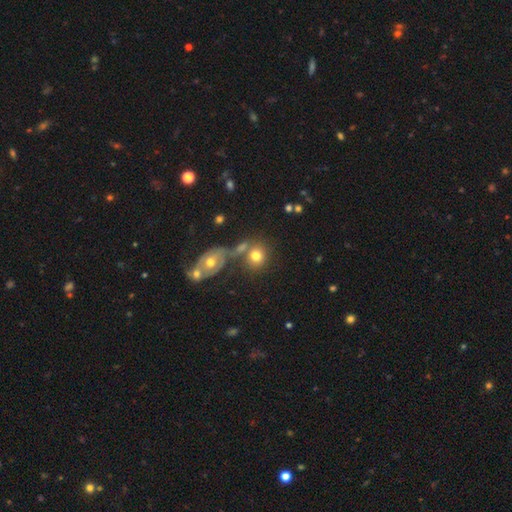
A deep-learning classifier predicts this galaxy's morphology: smooth 69%, featured or disk 21%, star or artifact 10%. Down the decision tree: how rounded — round (71%); merging — none (44%).